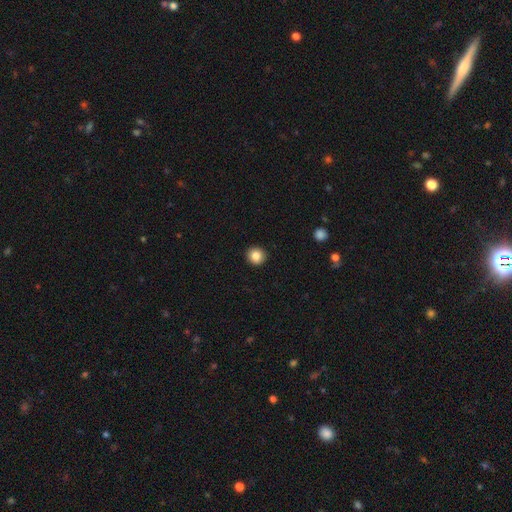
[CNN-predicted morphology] This is clearly a smooth galaxy (86%). How rounded: clearly round (93%). Merging: clearly none (93%).